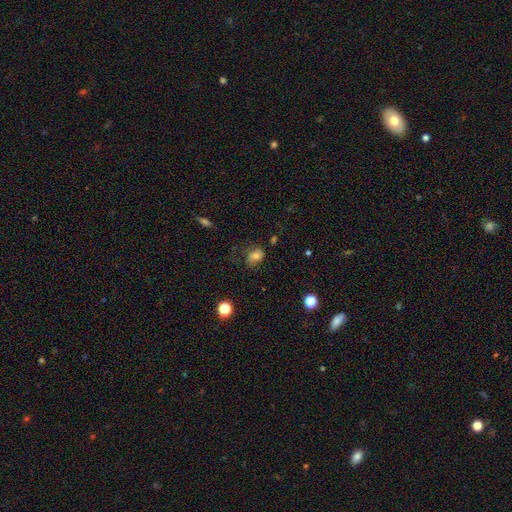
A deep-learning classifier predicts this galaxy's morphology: Overall: smooth (66%). How rounded: in between (63%; round 36%). Merging: none (47%; minor disturbance 26%).